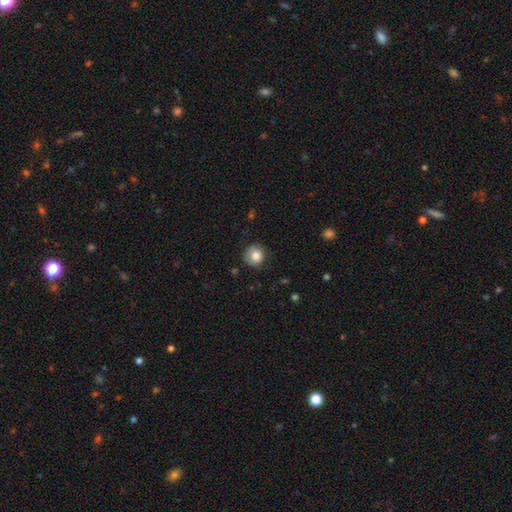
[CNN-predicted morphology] Smooth or featured: smooth — 83% (star or artifact — 9%)
How rounded: round — 91% (in between — 8%)
Merging: none — 80% (minor disturbance — 16%)